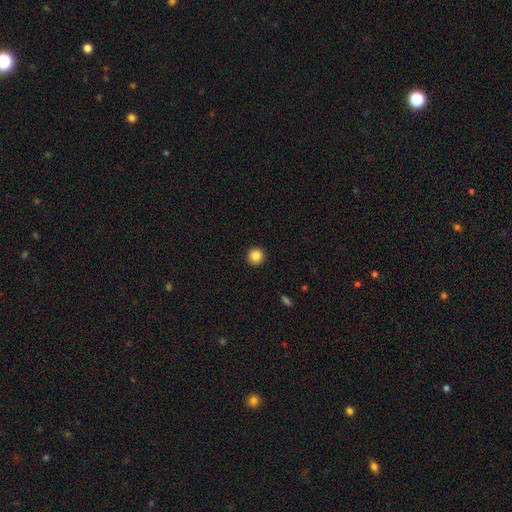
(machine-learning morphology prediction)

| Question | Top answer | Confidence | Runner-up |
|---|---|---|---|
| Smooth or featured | smooth | 85% | star or artifact (10%) |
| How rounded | round | 96% | in between (3%) |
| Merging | none | 94% | minor disturbance (4%) |